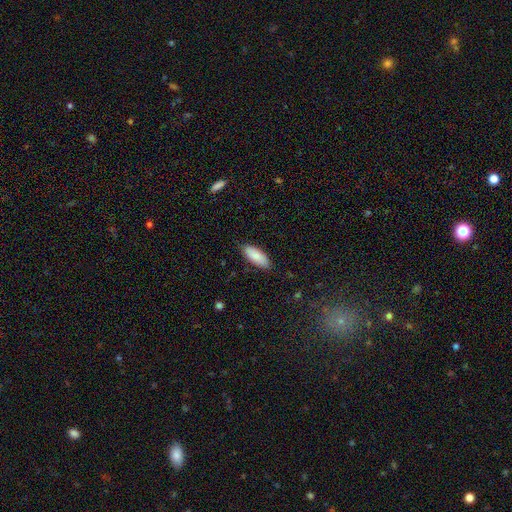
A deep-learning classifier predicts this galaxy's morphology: Smooth or featured: smooth — 85% (featured or disk — 9%)
How rounded: in between — 81% (cigar-shaped — 17%)
Merging: none — 85% (minor disturbance — 12%)